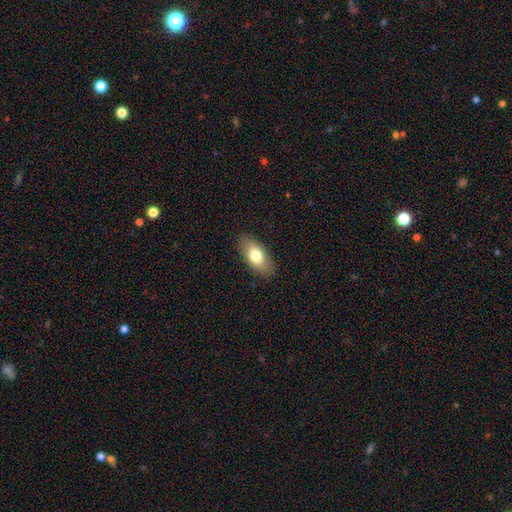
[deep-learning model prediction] Morphology: type=smooth (74%); roundness=in between (89%); merging=none (86%).